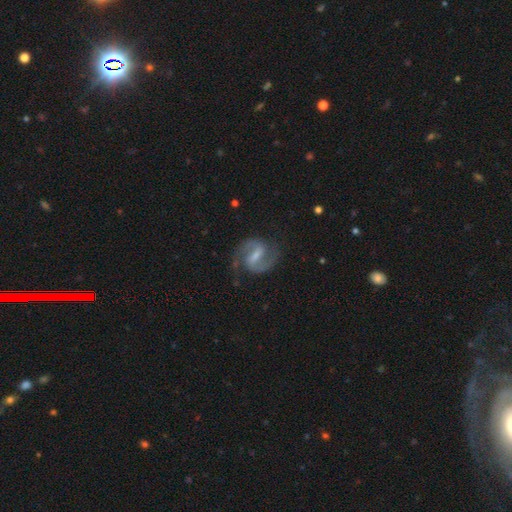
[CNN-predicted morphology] Q: Smooth or featured?
A: featured or disk (90%); runner-up: smooth (5%)
Q: Edge-on disk?
A: no (98%); runner-up: yes (2%)
Q: Bar?
A: strong (45%); runner-up: weak (44%)
Q: Spiral arms?
A: yes (98%); runner-up: no (2%)
Q: Spiral winding?
A: medium (64%); runner-up: tight (21%)
Q: Spiral arm count?
A: 2 (94%); runner-up: can't tell (2%)
Q: Bulge size?
A: small (48%); runner-up: moderate (32%)
Q: Merging?
A: none (79%); runner-up: minor disturbance (14%)